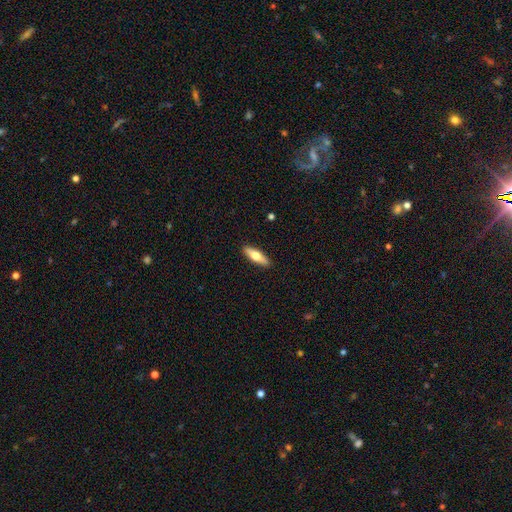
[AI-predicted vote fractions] Overall: smooth (60%; featured or disk 35%). How rounded: cigar-shaped (57%; in between 40%). Merging: none (91%).